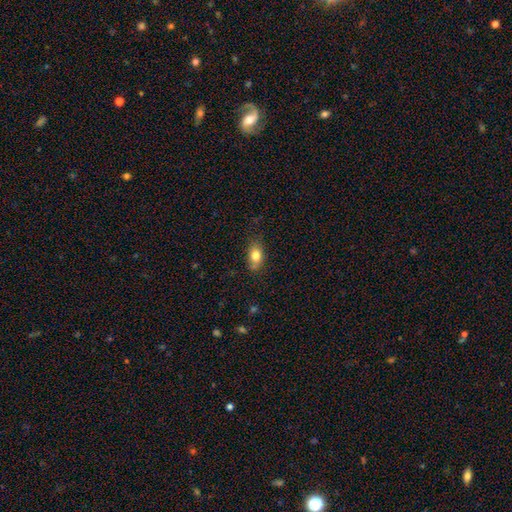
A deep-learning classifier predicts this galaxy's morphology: This appears to be a smooth galaxy with no disk features (79%) that is in between round and cigar-shaped (81%). Merging: none (72%).